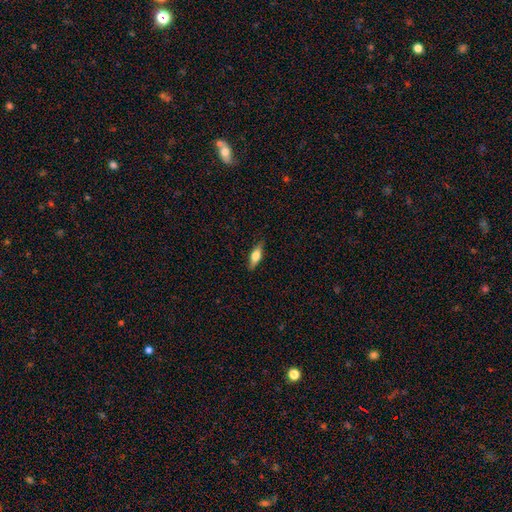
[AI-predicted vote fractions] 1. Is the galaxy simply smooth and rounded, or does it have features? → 59% smooth, 34% featured or disk, 7% star or artifact.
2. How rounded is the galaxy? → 55% in between, 42% cigar-shaped, 3% round.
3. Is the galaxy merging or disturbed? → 86% none, 11% minor disturbance, 2% major disturbance, 1% merger.